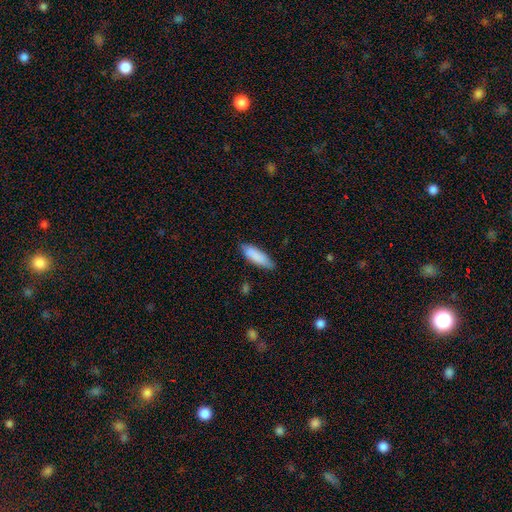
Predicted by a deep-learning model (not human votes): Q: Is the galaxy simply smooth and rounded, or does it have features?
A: smooth — 87%.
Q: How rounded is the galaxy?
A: in between — 62%.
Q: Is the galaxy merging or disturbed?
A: none — 74%.